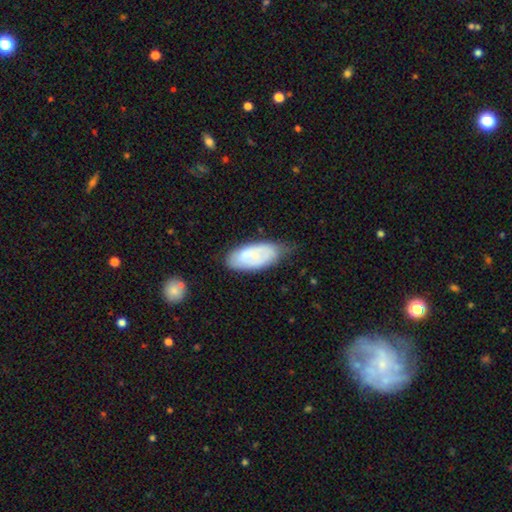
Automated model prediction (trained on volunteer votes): The model was most divided on "smooth or featured": smooth: 53%, featured or disk: 41%, star or artifact: 7%. More confident: how rounded — in between (89%); merging — none (56%).